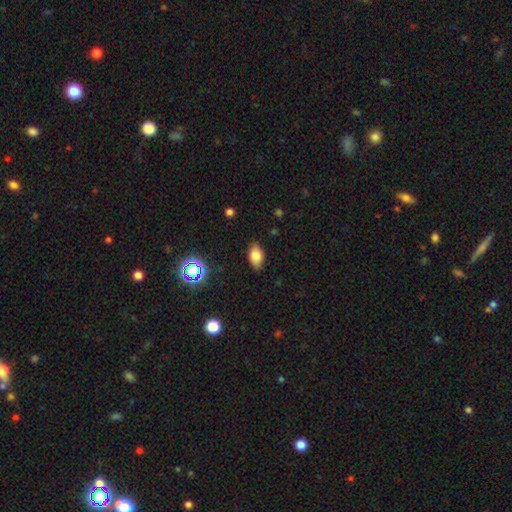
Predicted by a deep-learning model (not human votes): smooth 79%, star or artifact 11%, featured or disk 9%. Down the decision tree: how rounded — in between (90%); merging — none (85%).